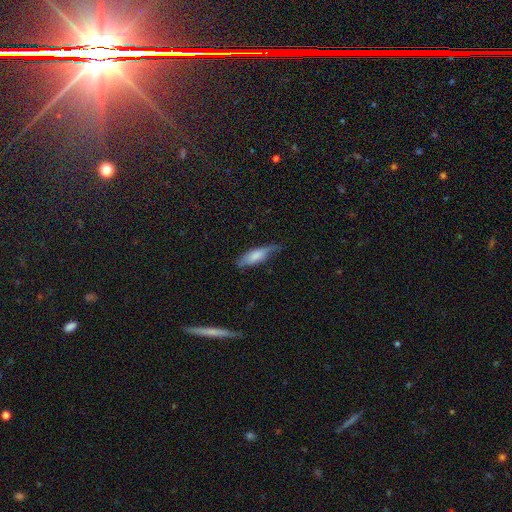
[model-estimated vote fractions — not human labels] The model was most divided on "how rounded" (2-way tie): cigar-shaped: 49%, in between: 49%, round: 2%. More confident: smooth or featured — smooth (66%); merging — none (52%).